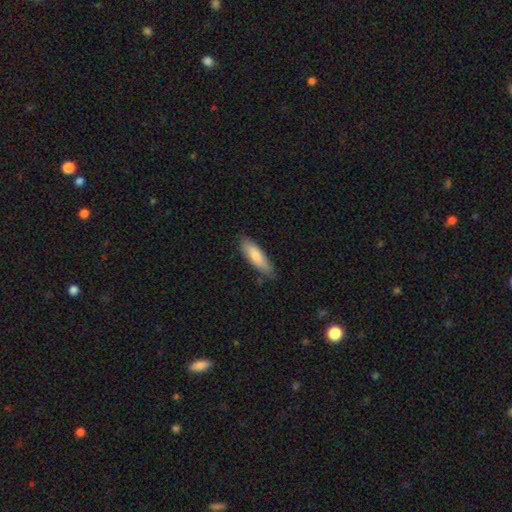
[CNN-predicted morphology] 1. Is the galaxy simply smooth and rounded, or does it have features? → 81% smooth, 13% featured or disk, 5% star or artifact.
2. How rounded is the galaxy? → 52% cigar-shaped, 46% in between, 1% round.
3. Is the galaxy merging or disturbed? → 78% none, 18% minor disturbance, 3% major disturbance, 1% merger.